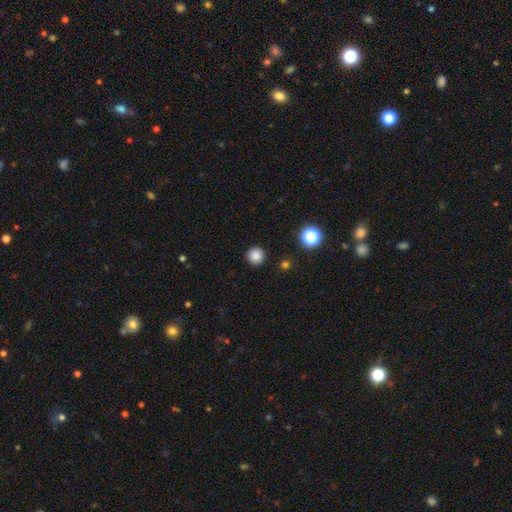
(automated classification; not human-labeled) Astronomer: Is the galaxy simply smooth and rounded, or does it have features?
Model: smooth — 85%.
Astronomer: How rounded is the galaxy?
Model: round — 96%.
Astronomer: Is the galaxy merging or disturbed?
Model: none — 92%.